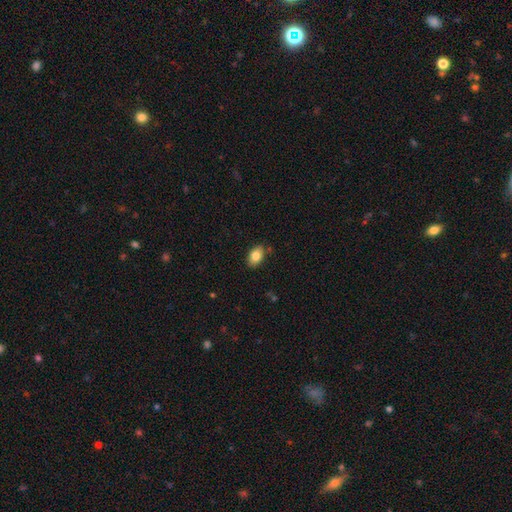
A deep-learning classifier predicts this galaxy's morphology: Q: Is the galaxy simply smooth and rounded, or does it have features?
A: smooth — 84%.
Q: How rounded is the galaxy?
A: in between — 88%.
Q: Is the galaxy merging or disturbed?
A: none — 82%.